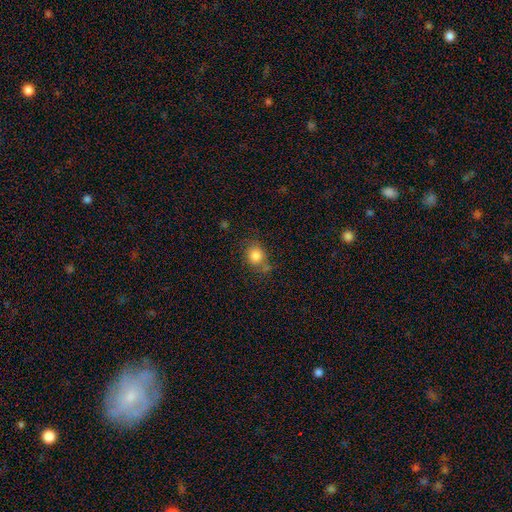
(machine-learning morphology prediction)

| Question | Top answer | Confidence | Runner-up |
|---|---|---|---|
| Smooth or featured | smooth | 83% | star or artifact (10%) |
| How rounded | round | 69% | in between (30%) |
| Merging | none | 60% | minor disturbance (23%) |